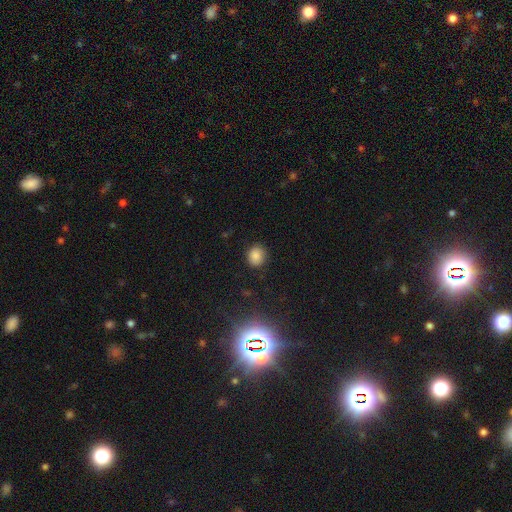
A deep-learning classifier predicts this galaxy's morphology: Smooth or featured?
  - smooth: 82% *
  - star or artifact: 12%
  - featured or disk: 5%
How rounded?
  - round: 71% *
  - in between: 28%
  - cigar-shaped: 1%
Merging?
  - none: 85% *
  - minor disturbance: 11%
  - major disturbance: 3%
  - merger: 1%